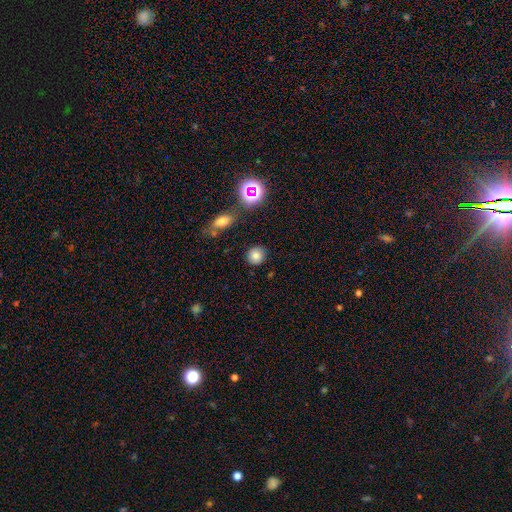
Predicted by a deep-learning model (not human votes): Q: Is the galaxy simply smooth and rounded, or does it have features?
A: smooth — 78%.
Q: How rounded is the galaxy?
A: round — 88%.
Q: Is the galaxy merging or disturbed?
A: none — 87%.